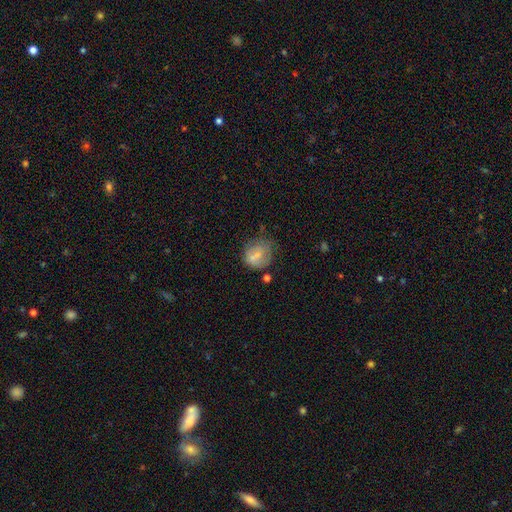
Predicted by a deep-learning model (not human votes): A smooth galaxy with no disk features (65%) that is round (70%). Merging: none (44%).